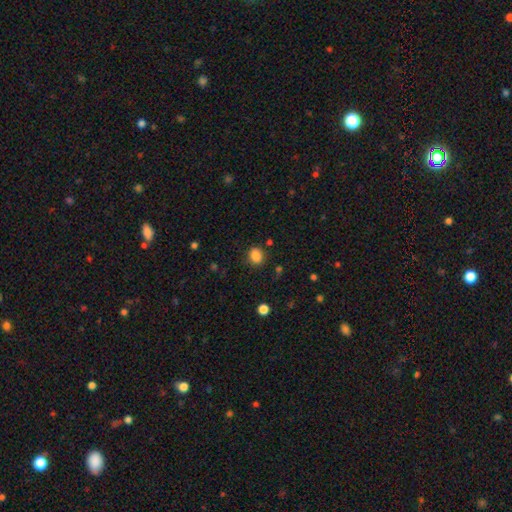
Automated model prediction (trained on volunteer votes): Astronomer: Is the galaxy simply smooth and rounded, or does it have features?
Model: smooth — 85%.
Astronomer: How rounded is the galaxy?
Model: in between — 52% (runner-up: round, 47%).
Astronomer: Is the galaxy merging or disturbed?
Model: none — 81%.